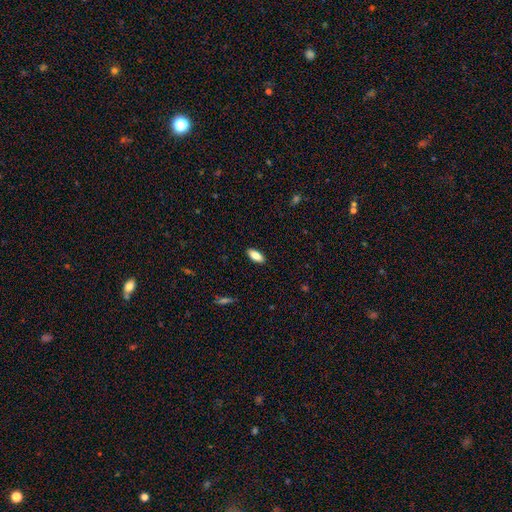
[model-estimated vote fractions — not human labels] smooth-or-featured: smooth: 86% | featured or disk: 7% | star or artifact: 7%
  how-rounded: in between: 85% | cigar-shaped: 13% | round: 2%
  merging: none: 89% | minor disturbance: 8% | major disturbance: 2% | merger: 1%